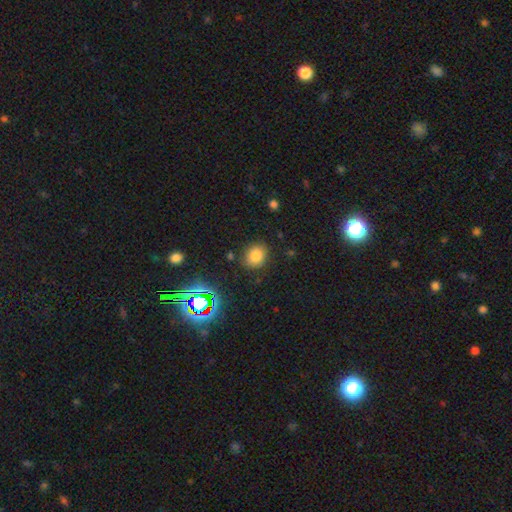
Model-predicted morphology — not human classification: smooth-or-featured: smooth: 78% | star or artifact: 16% | featured or disk: 7%
  how-rounded: round: 64% | in between: 35% | cigar-shaped: 1%
  merging: none: 82% | minor disturbance: 12% | major disturbance: 3% | merger: 3%